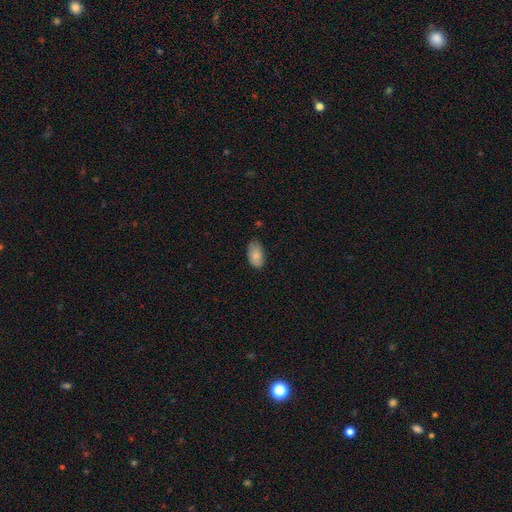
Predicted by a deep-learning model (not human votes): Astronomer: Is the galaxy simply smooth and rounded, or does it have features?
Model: smooth — 84%.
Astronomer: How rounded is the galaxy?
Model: in between — 94%.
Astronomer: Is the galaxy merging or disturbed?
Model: none — 70%.